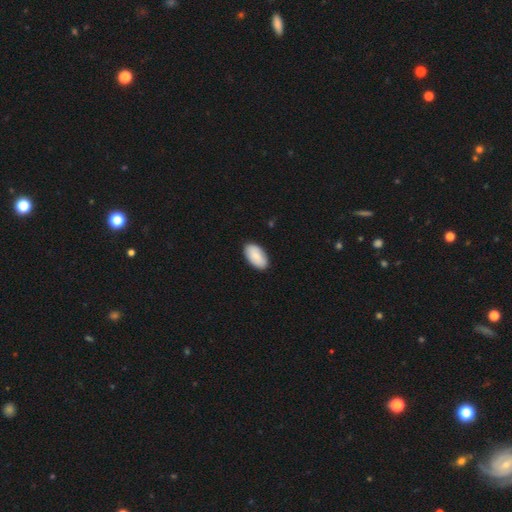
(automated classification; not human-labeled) Smooth or featured: smooth — 85% (featured or disk — 9%)
How rounded: in between — 96% (round — 3%)
Merging: none — 88% (minor disturbance — 9%)